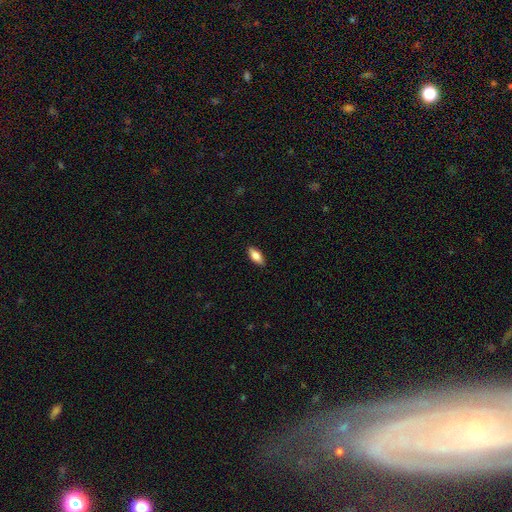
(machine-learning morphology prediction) Smooth or featured?
  - smooth: 79% *
  - featured or disk: 15%
  - star or artifact: 6%
How rounded?
  - in between: 81% *
  - cigar-shaped: 17%
  - round: 2%
Merging?
  - none: 89% *
  - minor disturbance: 9%
  - major disturbance: 2%
  - merger: 1%